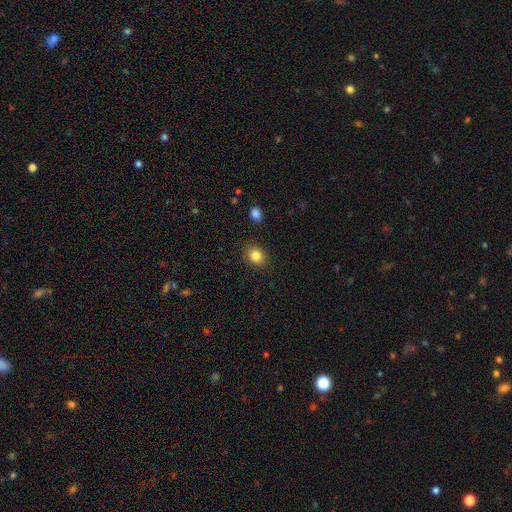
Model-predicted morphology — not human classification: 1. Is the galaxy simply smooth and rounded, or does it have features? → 83% smooth, 11% star or artifact, 6% featured or disk.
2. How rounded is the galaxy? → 58% round, 42% in between, 1% cigar-shaped.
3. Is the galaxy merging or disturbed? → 87% none, 9% minor disturbance, 3% major disturbance, 2% merger.